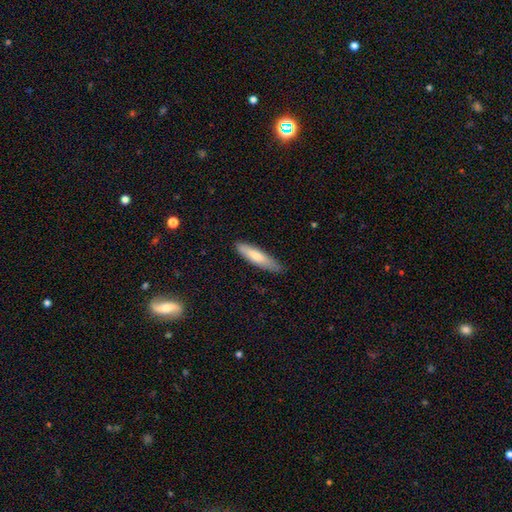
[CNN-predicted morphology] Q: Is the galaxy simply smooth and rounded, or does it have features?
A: smooth — 76%.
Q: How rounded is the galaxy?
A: cigar-shaped — 75%.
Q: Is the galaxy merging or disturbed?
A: none — 80%.